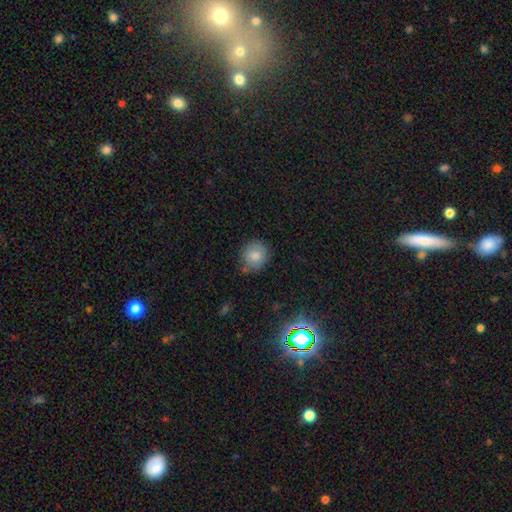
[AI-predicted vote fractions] smooth-or-featured: smooth: 80% | featured or disk: 10% | star or artifact: 9%
  how-rounded: round: 81% | in between: 18% | cigar-shaped: 1%
  merging: none: 73% | minor disturbance: 20% | major disturbance: 4% | merger: 3%